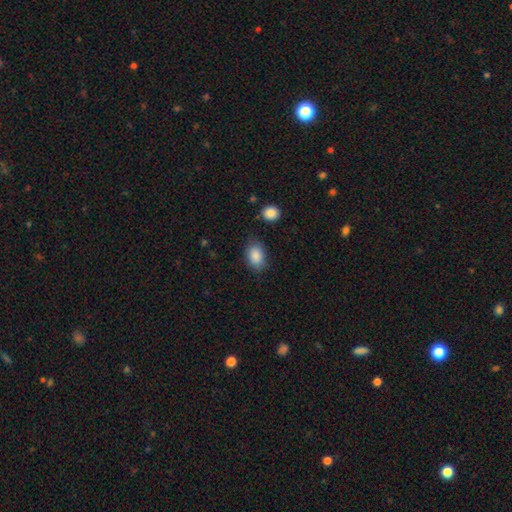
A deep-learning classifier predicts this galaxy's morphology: smooth 87%, star or artifact 8%, featured or disk 5%. Down the decision tree: how rounded — in between (82%); merging — none (77%).